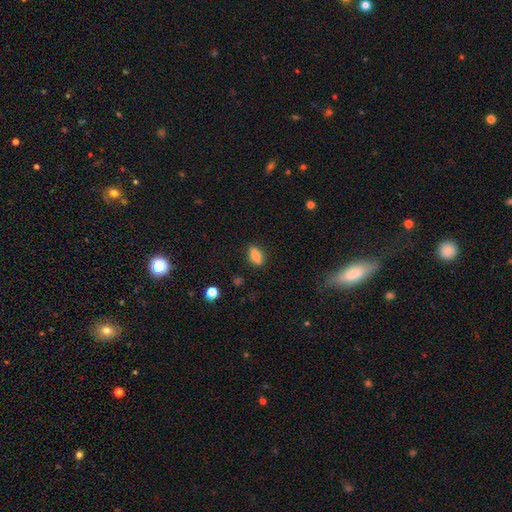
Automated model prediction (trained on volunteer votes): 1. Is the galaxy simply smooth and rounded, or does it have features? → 77% smooth, 15% featured or disk, 8% star or artifact.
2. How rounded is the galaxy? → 76% in between, 18% cigar-shaped, 7% round.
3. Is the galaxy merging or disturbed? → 85% none, 11% minor disturbance, 3% major disturbance, 1% merger.